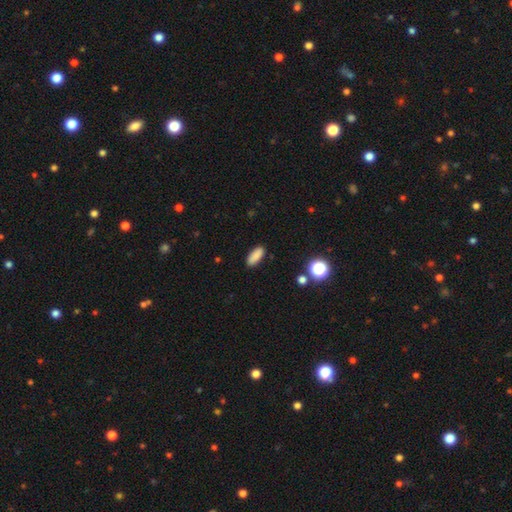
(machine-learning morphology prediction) Smooth or featured? smooth (87%)
How rounded? in between (74%)
Merging? none (89%)